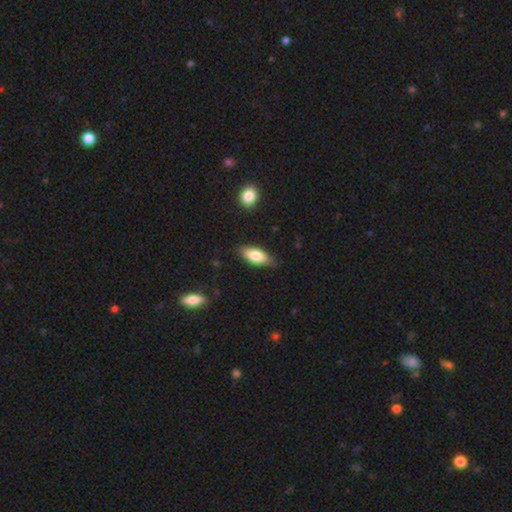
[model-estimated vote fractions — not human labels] A smooth galaxy with no disk features (79%) that is in between round and cigar-shaped (84%).

Vote fractions:
- Smooth or featured? smooth: 79% / featured or disk: 14% / star or artifact: 6%
- How rounded? in between: 84% / cigar-shaped: 13% / round: 2%
- Merging? none: 81% / minor disturbance: 15% / major disturbance: 3% / merger: 2%